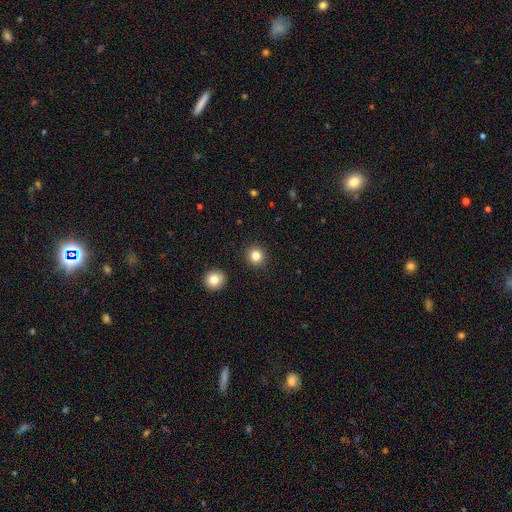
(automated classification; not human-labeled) Morphology: type=smooth (83%); roundness=round (92%); merging=none (91%).